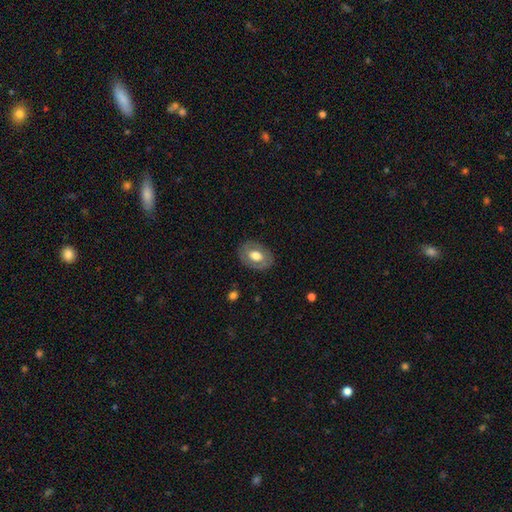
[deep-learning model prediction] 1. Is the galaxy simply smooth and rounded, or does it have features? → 57% smooth, 37% featured or disk, 6% star or artifact.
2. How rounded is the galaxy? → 79% in between, 20% round, 1% cigar-shaped.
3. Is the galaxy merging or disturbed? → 82% none, 13% minor disturbance, 4% major disturbance, 1% merger.